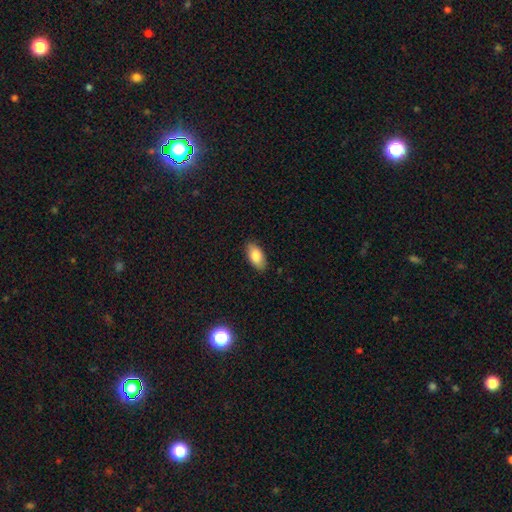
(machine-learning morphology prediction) The model was most divided on "smooth or featured": smooth: 83%, featured or disk: 11%, star or artifact: 7%. More confident: how rounded — in between (92%); merging — none (87%).